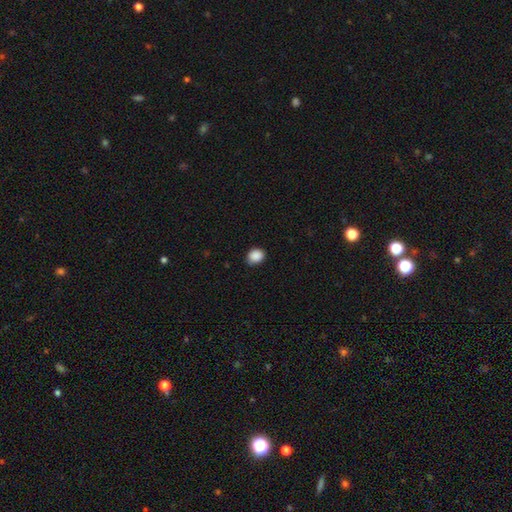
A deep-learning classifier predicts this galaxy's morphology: Smooth or featured? smooth (89%)
How rounded? round (59%)
Merging? none (79%)